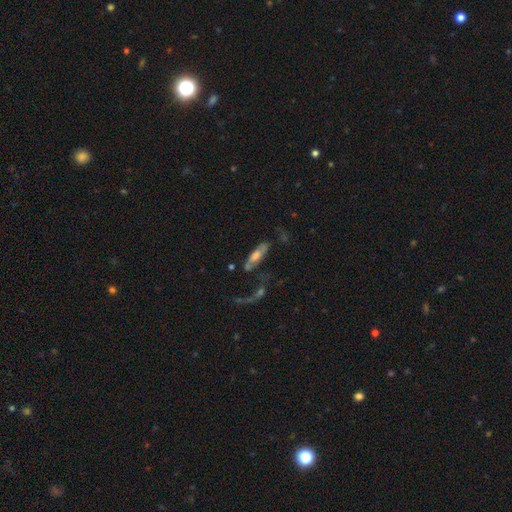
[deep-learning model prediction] Morphology: type=featured or disk (49%); merging=none (40%).